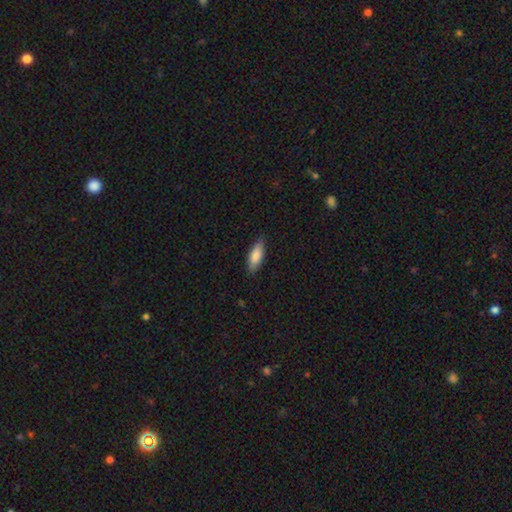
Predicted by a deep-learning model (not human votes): smooth 83%, featured or disk 11%, star or artifact 6%. Down the decision tree: how rounded — in between (67%); merging — none (85%).